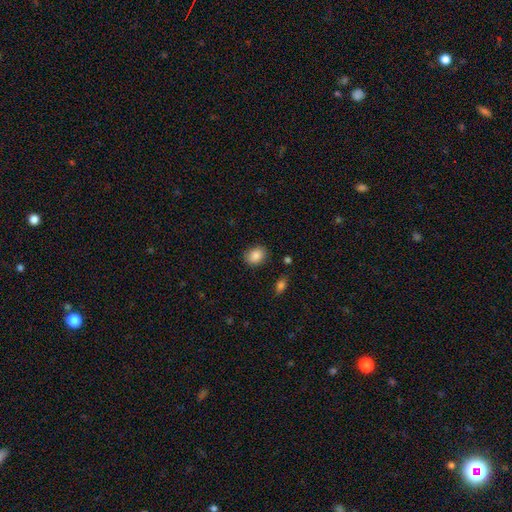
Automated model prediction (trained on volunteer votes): A smooth galaxy with no disk features (87%) that is in between round and cigar-shaped (59%).

Vote fractions:
- Smooth or featured? smooth: 87% / star or artifact: 8% / featured or disk: 5%
- How rounded? in between: 59% / round: 40% / cigar-shaped: 1%
- Merging? none: 84% / minor disturbance: 11% / major disturbance: 3% / merger: 2%